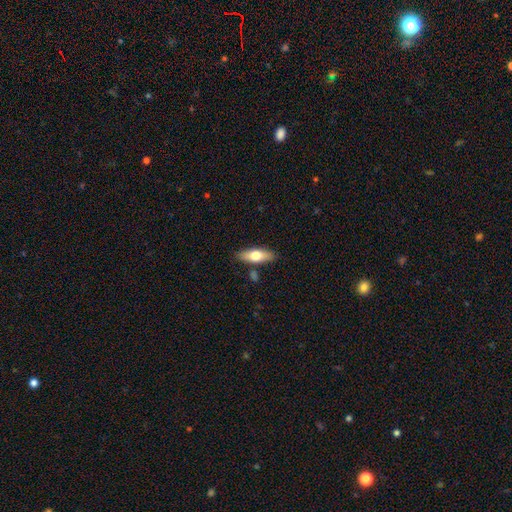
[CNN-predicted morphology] Smooth or featured? smooth (65%)
How rounded? in between (65%)
Merging? none (82%)